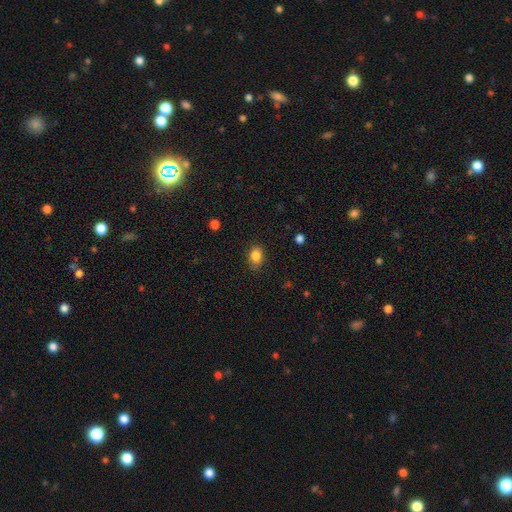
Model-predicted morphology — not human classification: A smooth galaxy with no disk features (85%) that is in between round and cigar-shaped (70%). Merging: none (81%).